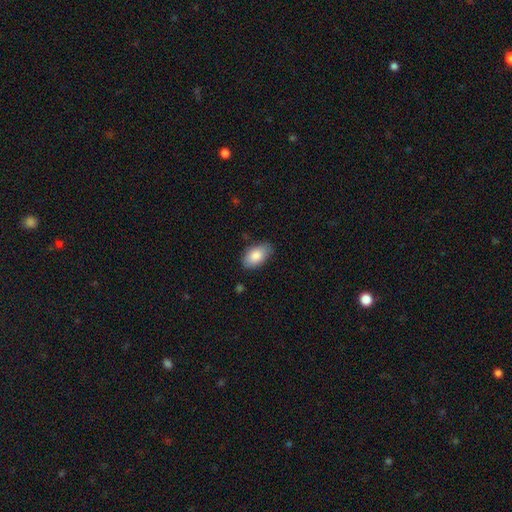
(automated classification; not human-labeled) Smooth or featured? Predicted: smooth (p=0.85). How rounded? Predicted: in between (p=0.93). Merging? Predicted: none (p=0.80).